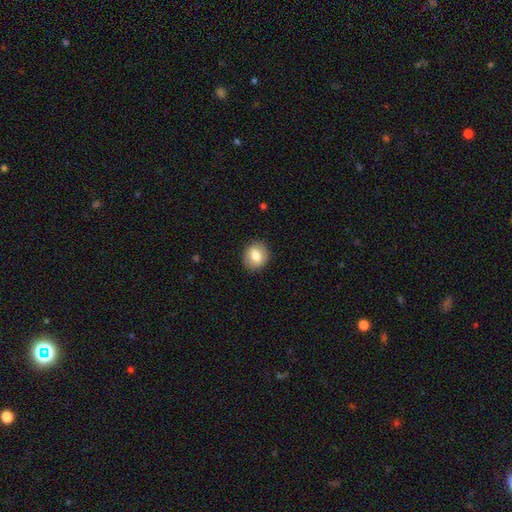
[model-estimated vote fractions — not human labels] Morphology: type=smooth (76%); roundness=round (69%); merging=none (89%).